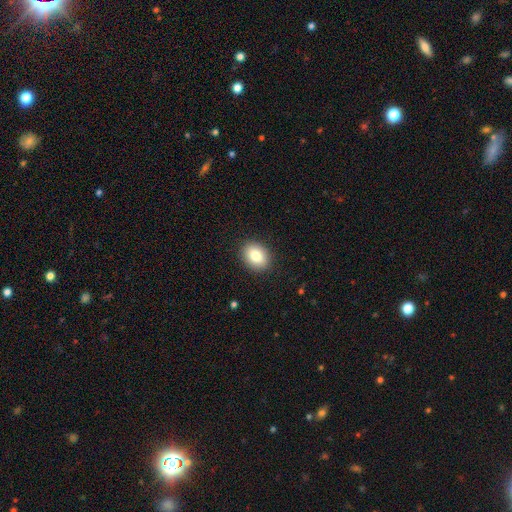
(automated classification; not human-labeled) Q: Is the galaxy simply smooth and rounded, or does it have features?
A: smooth — 84%.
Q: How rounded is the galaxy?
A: in between — 65%.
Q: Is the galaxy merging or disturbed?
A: none — 90%.